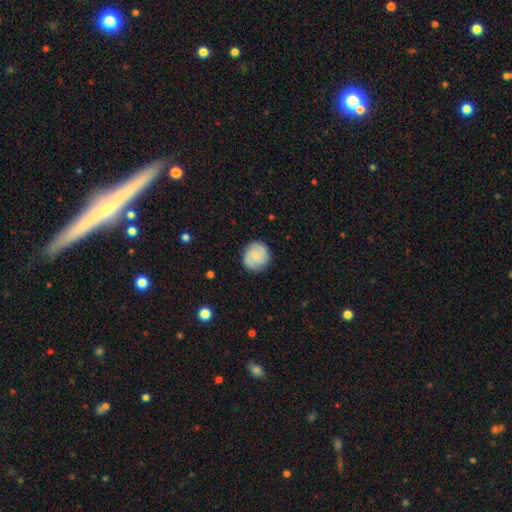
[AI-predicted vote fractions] A featured or disk galaxy (59%) with no bar (70%), 3 (41%) tight (50%) spiral arms (94%) and a small central bulge (65%).

Vote fractions:
- Smooth or featured? featured or disk: 59% / smooth: 34% / star or artifact: 7%
- Edge-on disk? no: 98% / yes: 2%
- Bar? no: 70% / weak: 26% / strong: 3%
- Spiral arms? yes: 94% / no: 6%
- Spiral winding? tight: 50% / medium: 40% / loose: 10%
- Spiral arm count? 3: 41% / 2: 28% / can't tell: 16% / 4: 7% / 1: 4% / more than 4: 4%
- Bulge size? small: 65% / moderate: 19% / none: 13% / large: 2% / dominant: 1%
- Merging? none: 85% / minor disturbance: 11% / major disturbance: 3% / merger: 1%